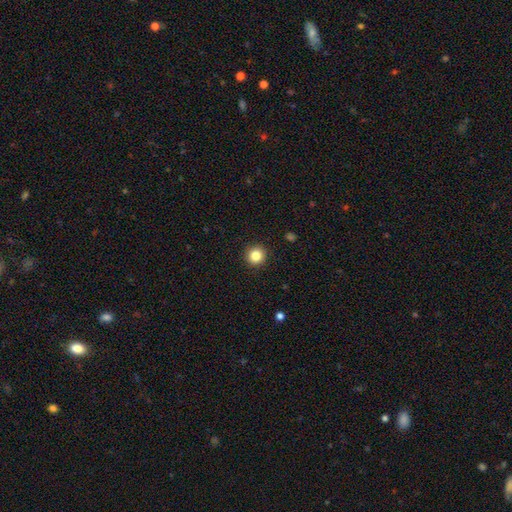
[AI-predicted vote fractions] A smooth galaxy with no disk features (84%) that is round (95%). Merging: none (93%).